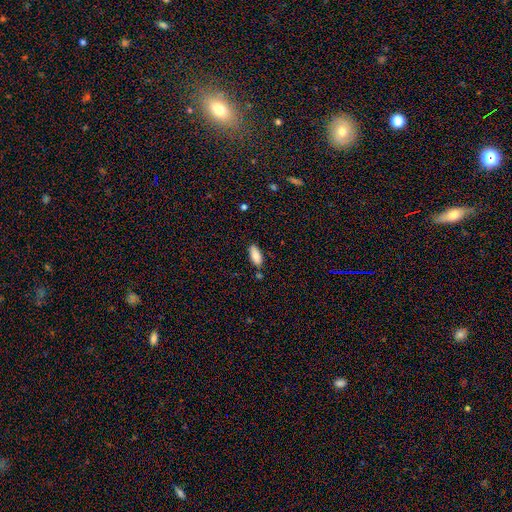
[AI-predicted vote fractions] A smooth galaxy with no disk features (87%) that is in between round and cigar-shaped (85%).

Vote fractions:
- Smooth or featured? smooth: 87% / star or artifact: 7% / featured or disk: 6%
- How rounded? in between: 85% / cigar-shaped: 14% / round: 2%
- Merging? none: 79% / minor disturbance: 14% / merger: 5% / major disturbance: 3%